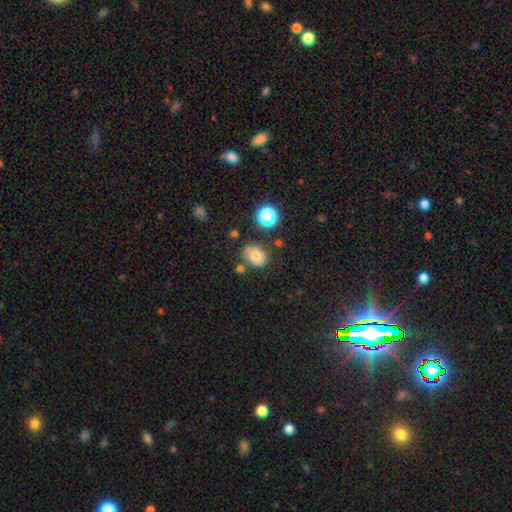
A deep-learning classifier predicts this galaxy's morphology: Q: Smooth or featured?
A: smooth (63%); runner-up: featured or disk (23%)
Q: How rounded?
A: in between (50%); runner-up: round (49%)
Q: Merging?
A: none (64%); runner-up: minor disturbance (23%)